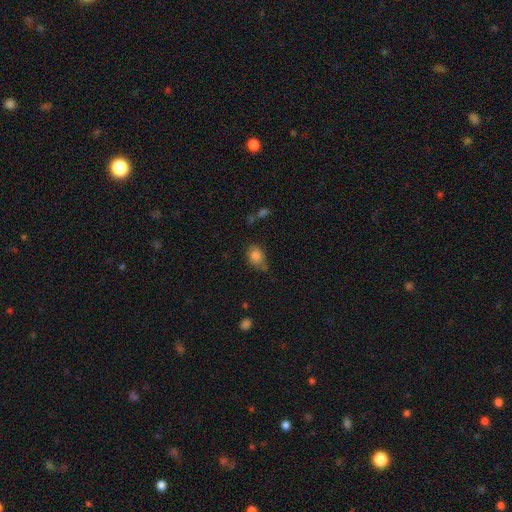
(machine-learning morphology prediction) Smooth or featured? smooth (83%)
How rounded? in between (68%)
Merging? none (54%)